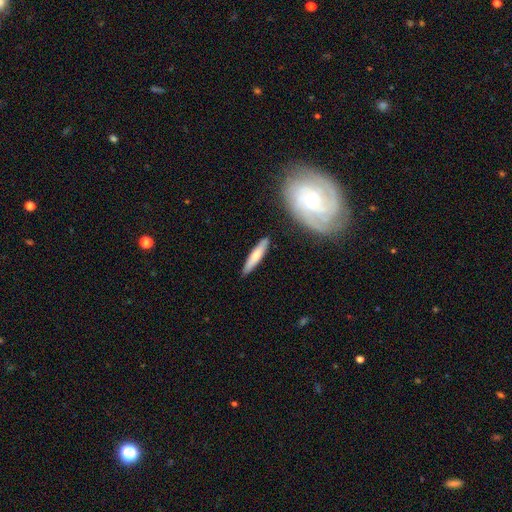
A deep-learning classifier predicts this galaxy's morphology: A smooth galaxy with no disk features (66%) that is cigar-shaped (87%). Merging: none (87%).